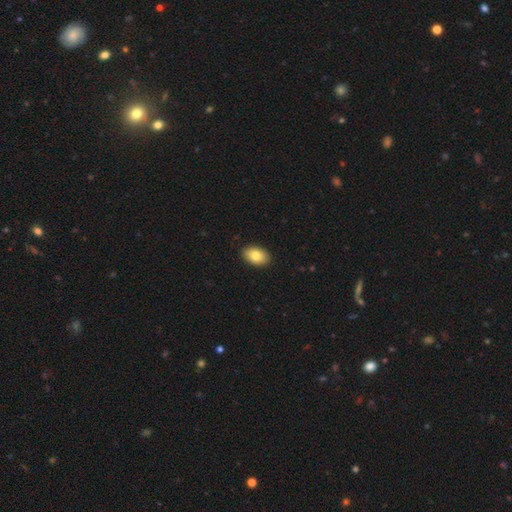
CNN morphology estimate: Overall: smooth (83%). How rounded: in between (91%). Merging: none (90%).